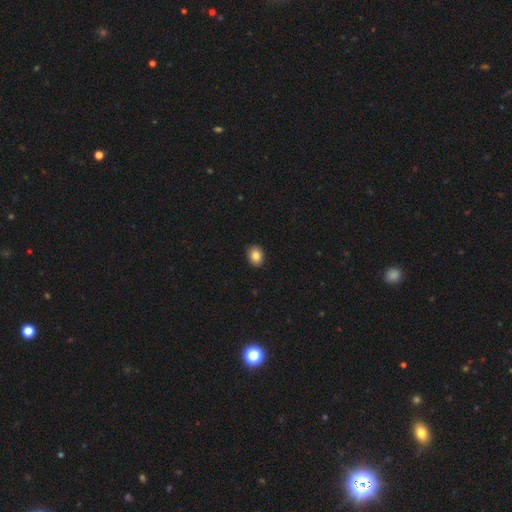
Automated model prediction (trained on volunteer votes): Smooth or featured?
  - smooth: 86% *
  - star or artifact: 9%
  - featured or disk: 5%
How rounded?
  - in between: 58% *
  - round: 41%
  - cigar-shaped: 1%
Merging?
  - none: 89% *
  - minor disturbance: 8%
  - major disturbance: 2%
  - merger: 1%